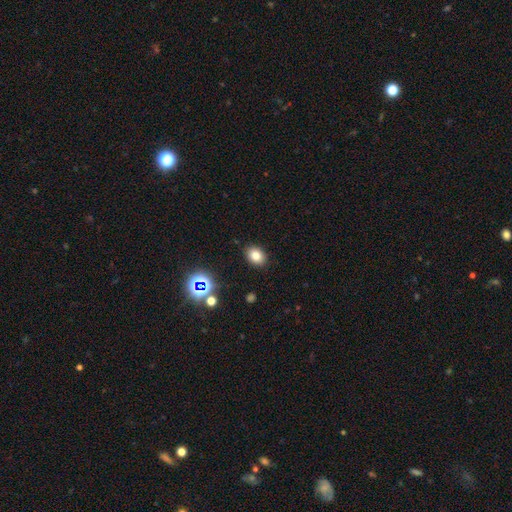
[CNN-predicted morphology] Smooth or featured: smooth — 78% (star or artifact — 15%)
How rounded: in between — 65% (round — 34%)
Merging: none — 89% (minor disturbance — 8%)